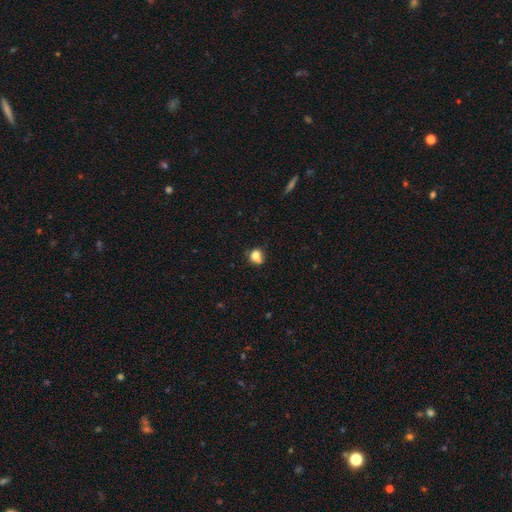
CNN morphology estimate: smooth_or_featured: smooth (p=0.77) [alt: featured or disk p=0.12]
how_rounded: round (p=0.64) [alt: in between p=0.35]
merging: none (p=0.51) [alt: minor disturbance p=0.32]